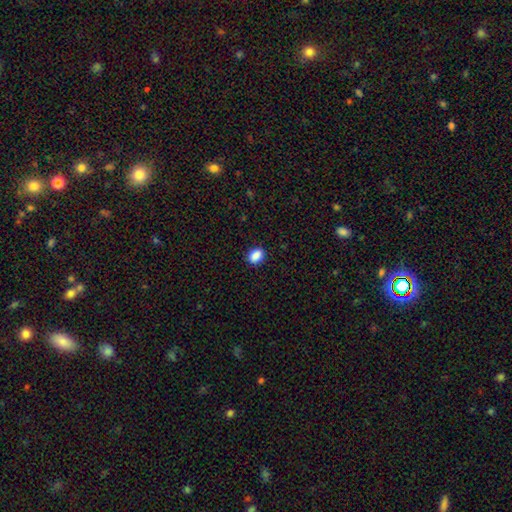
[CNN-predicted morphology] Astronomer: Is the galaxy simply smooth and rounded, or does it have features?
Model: smooth — 88%.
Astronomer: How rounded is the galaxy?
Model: in between — 71%.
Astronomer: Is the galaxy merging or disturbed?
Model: none — 89%.